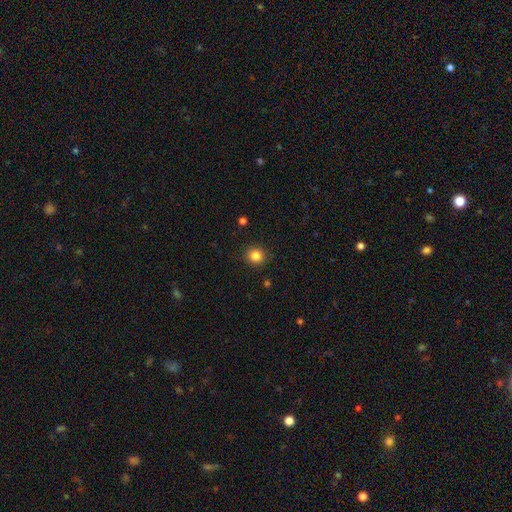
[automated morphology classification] smooth_or_featured: smooth (p=0.84) [alt: star or artifact p=0.11]
how_rounded: round (p=0.90) [alt: in between p=0.09]
merging: none (p=0.90) [alt: minor disturbance p=0.06]